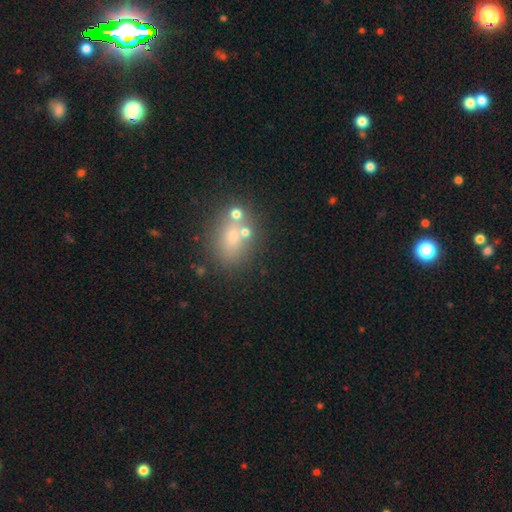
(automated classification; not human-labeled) The model was most divided on "smooth or featured": smooth: 49%, star or artifact: 34%, featured or disk: 17%. More confident: merging — none (57%).